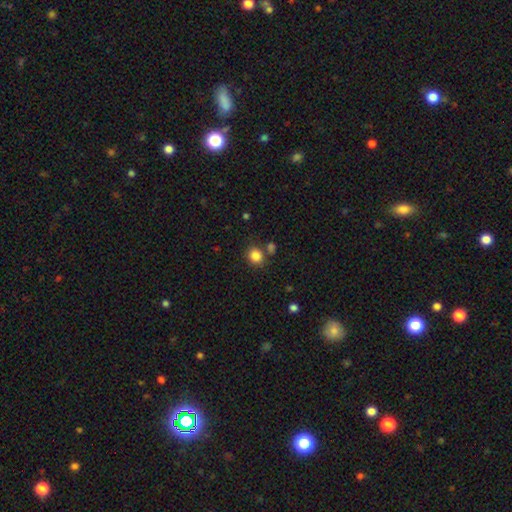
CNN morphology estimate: Q: Smooth or featured?
A: smooth (85%); runner-up: star or artifact (11%)
Q: How rounded?
A: round (82%); runner-up: in between (17%)
Q: Merging?
A: none (75%); runner-up: merger (11%)